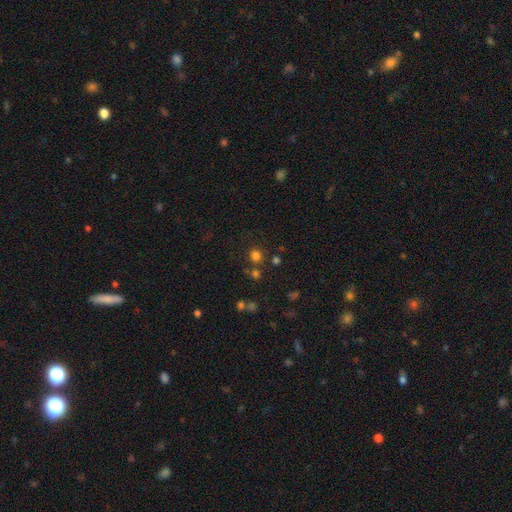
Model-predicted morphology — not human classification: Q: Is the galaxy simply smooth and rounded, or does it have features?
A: smooth — 73%.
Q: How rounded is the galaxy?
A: round — 91%.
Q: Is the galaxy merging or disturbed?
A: none — 78%.